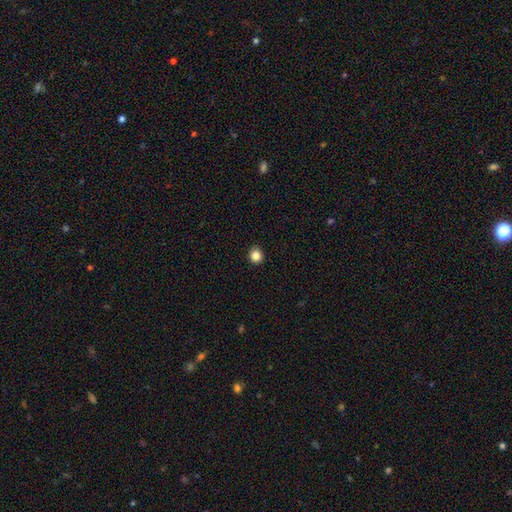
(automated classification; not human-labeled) Smooth or featured?
  - smooth: 85% *
  - star or artifact: 11%
  - featured or disk: 4%
How rounded?
  - round: 88% *
  - in between: 11%
  - cigar-shaped: 1%
Merging?
  - none: 91% *
  - minor disturbance: 6%
  - major disturbance: 2%
  - merger: 1%